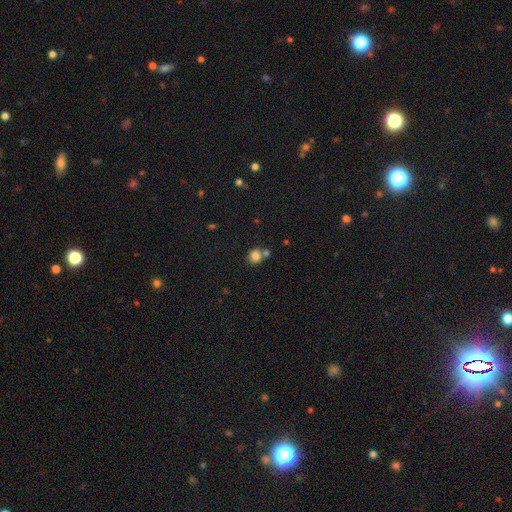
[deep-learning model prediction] Morphology: type=smooth (83%); roundness=round (77%); merging=none (56%).